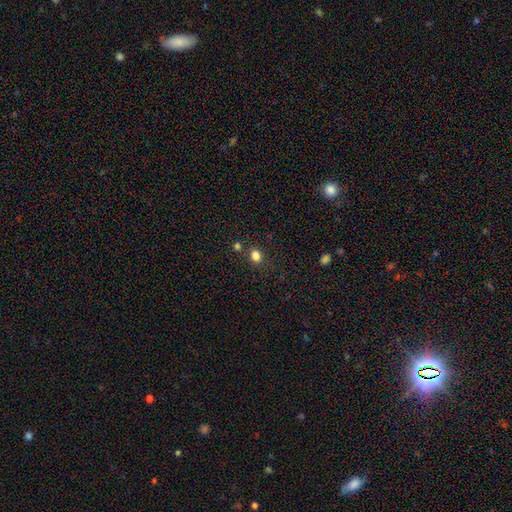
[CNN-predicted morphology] The model was most divided on "how rounded": round: 62%, in between: 37%, cigar-shaped: 1%. More confident: smooth or featured — smooth (80%); merging — none (77%).